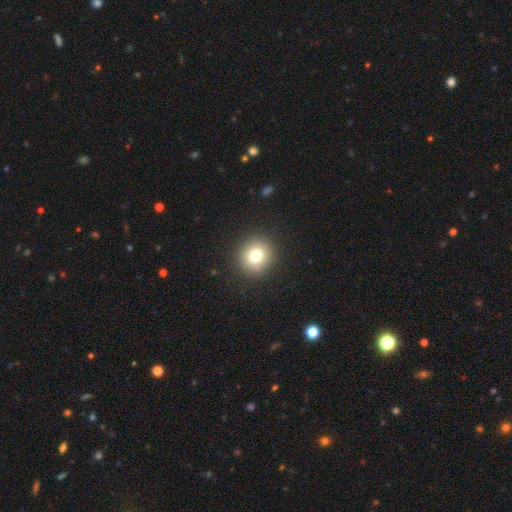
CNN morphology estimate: This is likely a smooth galaxy (78%). How rounded: clearly round (88%). Merging: clearly none (90%).